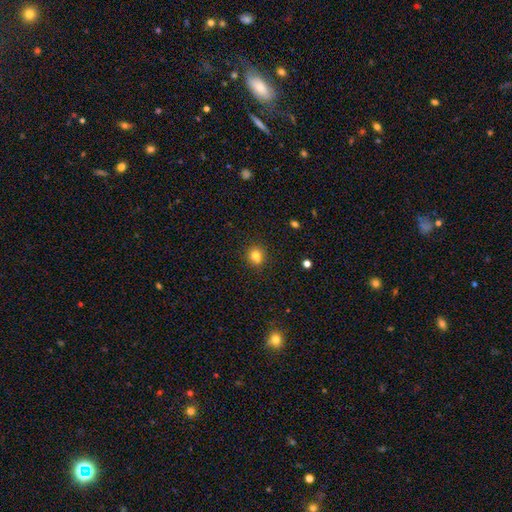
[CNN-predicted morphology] Smooth or featured? smooth (77%)
How rounded? round (84%)
Merging? none (76%)